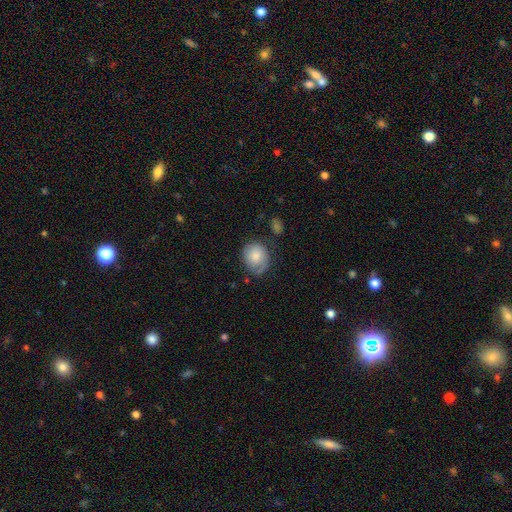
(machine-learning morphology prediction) A smooth galaxy with no disk features (66%) that is round (65%).

Vote fractions:
- Smooth or featured? smooth: 66% / featured or disk: 27% / star or artifact: 7%
- How rounded? round: 65% / in between: 34% / cigar-shaped: 1%
- Merging? none: 54% / minor disturbance: 29% / major disturbance: 14% / merger: 4%